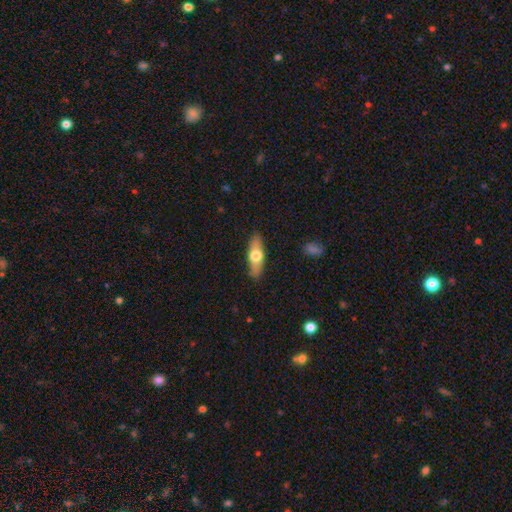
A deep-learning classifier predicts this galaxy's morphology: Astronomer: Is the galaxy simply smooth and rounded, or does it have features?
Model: smooth — 55% (runner-up: featured or disk, 40%).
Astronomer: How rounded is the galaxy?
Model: in between — 53% (runner-up: cigar-shaped, 44%).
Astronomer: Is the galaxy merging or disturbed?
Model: none — 86%.